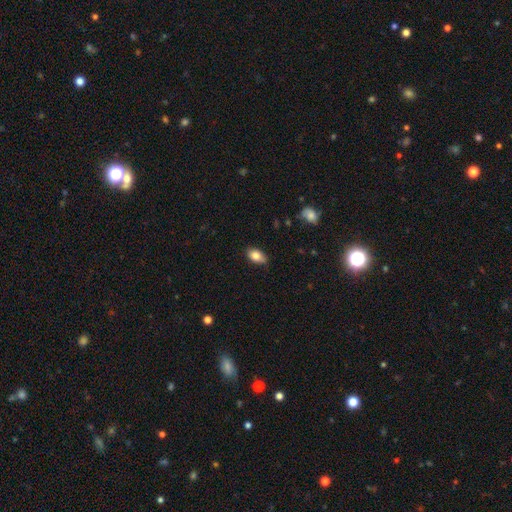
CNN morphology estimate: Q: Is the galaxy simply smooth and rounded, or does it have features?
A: smooth — 83%.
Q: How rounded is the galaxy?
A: in between — 90%.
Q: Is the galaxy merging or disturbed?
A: none — 78%.